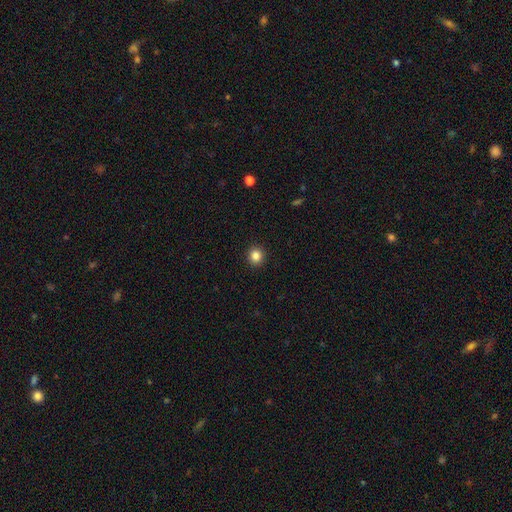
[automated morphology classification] Smooth or featured?
  - smooth: 85% *
  - star or artifact: 11%
  - featured or disk: 4%
How rounded?
  - round: 89% *
  - in between: 10%
  - cigar-shaped: 1%
Merging?
  - none: 93% *
  - minor disturbance: 5%
  - major disturbance: 2%
  - merger: 1%